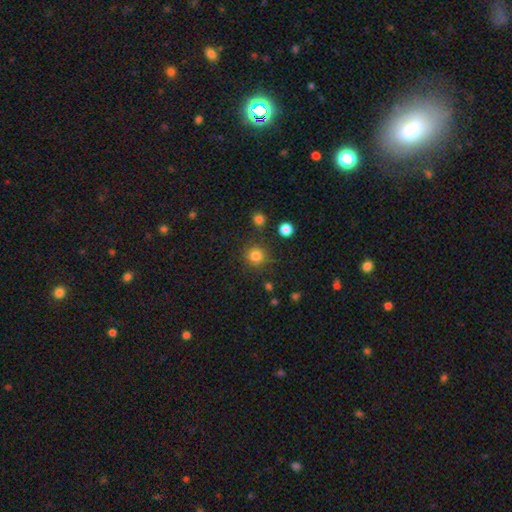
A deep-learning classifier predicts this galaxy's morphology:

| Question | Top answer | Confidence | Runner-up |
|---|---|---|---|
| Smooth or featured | smooth | 82% | star or artifact (13%) |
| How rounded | round | 93% | in between (6%) |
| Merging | none | 84% | minor disturbance (8%) |